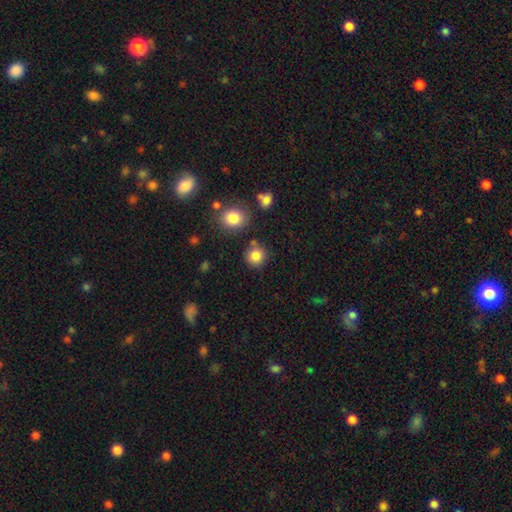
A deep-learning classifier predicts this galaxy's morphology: smooth-or-featured: smooth: 84% | star or artifact: 11% | featured or disk: 5%
  how-rounded: round: 91% | in between: 8% | cigar-shaped: 1%
  merging: none: 80% | minor disturbance: 10% | merger: 7% | major disturbance: 3%